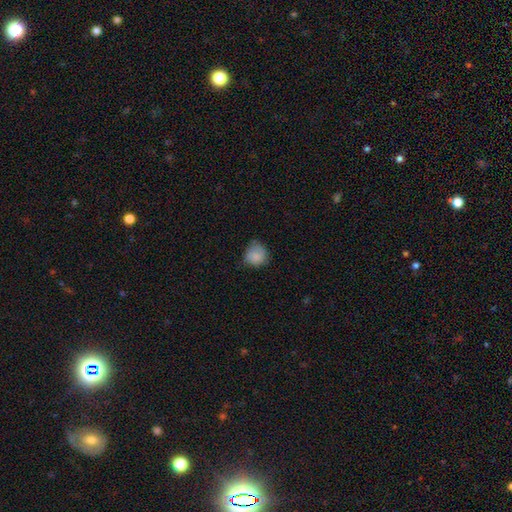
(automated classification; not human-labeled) A smooth galaxy with no disk features (83%) that is round (82%).

Vote fractions:
- Smooth or featured? smooth: 83% / featured or disk: 9% / star or artifact: 8%
- How rounded? round: 82% / in between: 17% / cigar-shaped: 1%
- Merging? none: 58% / minor disturbance: 33% / major disturbance: 7% / merger: 2%